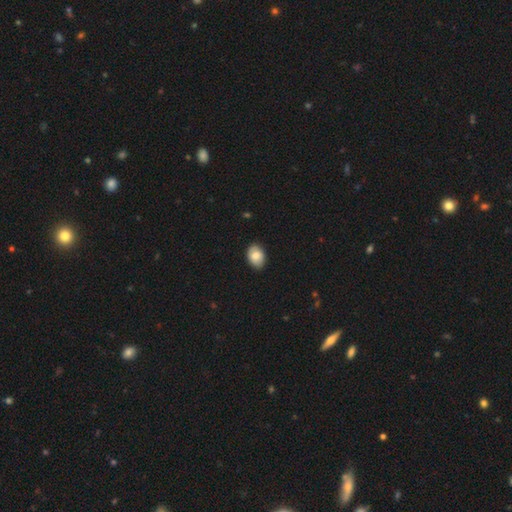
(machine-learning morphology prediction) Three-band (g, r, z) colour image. It shows a smooth galaxy with no disk features (81%) that is in between round and cigar-shaped (79%). Merging: none (85%).